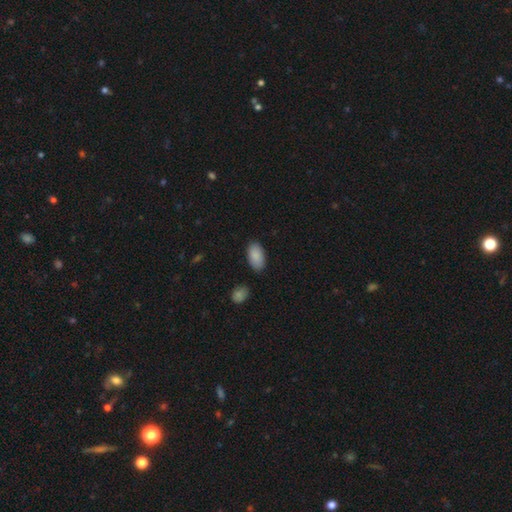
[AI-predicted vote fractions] smooth-or-featured: smooth: 89% | star or artifact: 7% | featured or disk: 5%
  how-rounded: in between: 95% | round: 3% | cigar-shaped: 2%
  merging: none: 83% | minor disturbance: 12% | major disturbance: 3% | merger: 3%